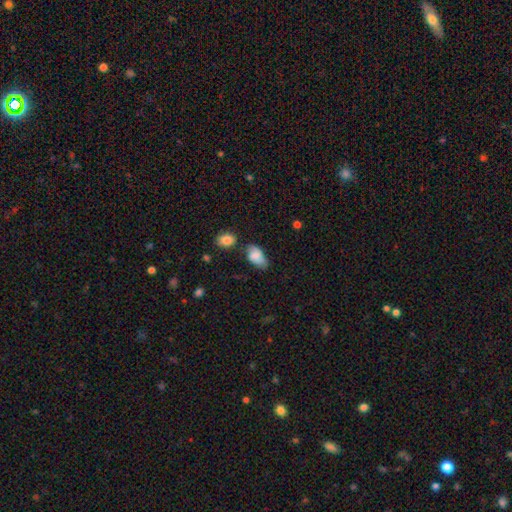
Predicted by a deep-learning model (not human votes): The model was most divided on "merging": none: 52%, minor disturbance: 32%, merger: 8%, major disturbance: 8%. More confident: how rounded — in between (93%); smooth or featured — smooth (81%).